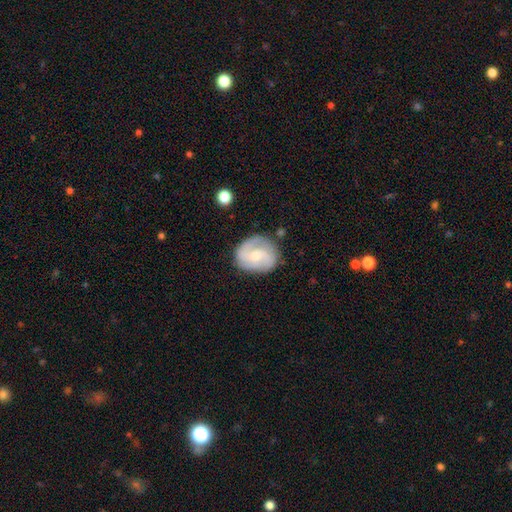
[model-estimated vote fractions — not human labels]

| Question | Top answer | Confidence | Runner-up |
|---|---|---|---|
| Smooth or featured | featured or disk | 68% | smooth (26%) |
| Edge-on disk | no | 98% | yes (2%) |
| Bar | no | 51% | weak (42%) |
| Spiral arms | yes | 91% | no (9%) |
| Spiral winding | medium | 46% | tight (34%) |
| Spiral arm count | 2 | 69% | can't tell (13%) |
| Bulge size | small | 45% | moderate (44%) |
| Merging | none | 73% | minor disturbance (18%) |